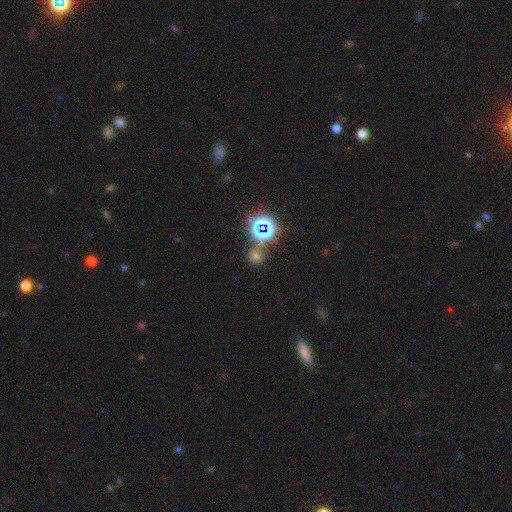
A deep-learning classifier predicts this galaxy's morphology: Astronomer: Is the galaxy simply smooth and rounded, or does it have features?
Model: smooth — 53% (runner-up: star or artifact, 40%).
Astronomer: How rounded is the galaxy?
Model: round — 87%.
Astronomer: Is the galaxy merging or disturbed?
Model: none — 74%.